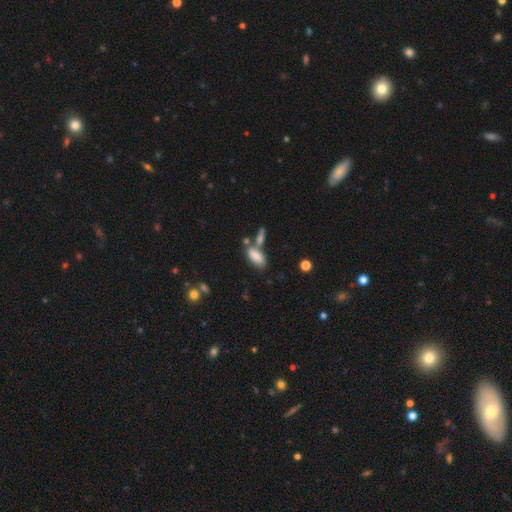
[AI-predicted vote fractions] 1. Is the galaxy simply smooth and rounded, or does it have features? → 82% smooth, 10% featured or disk, 8% star or artifact.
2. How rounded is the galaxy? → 83% in between, 14% cigar-shaped, 3% round.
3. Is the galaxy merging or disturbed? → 48% none, 33% merger, 14% minor disturbance, 6% major disturbance.